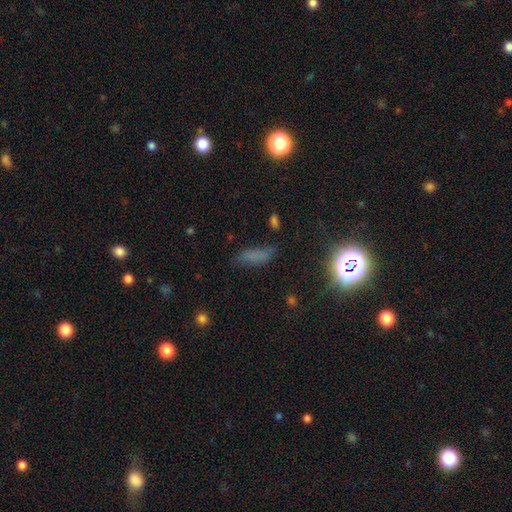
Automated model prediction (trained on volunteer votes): The model was most divided on "how rounded": in between: 57%, cigar-shaped: 38%, round: 5%. More confident: smooth or featured — smooth (61%); merging — none (56%).